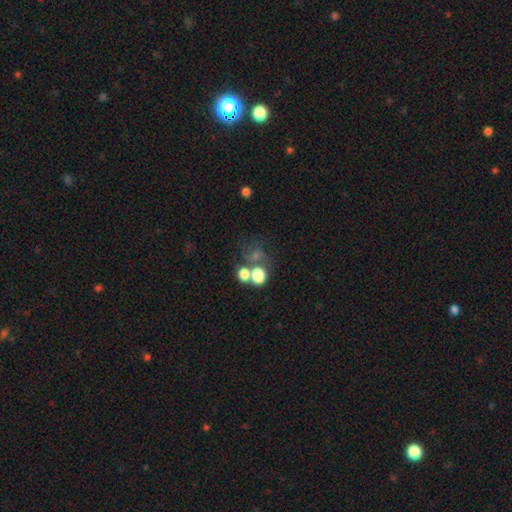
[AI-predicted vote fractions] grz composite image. It shows a smooth galaxy with no disk features (46%). Merging: none (47%).